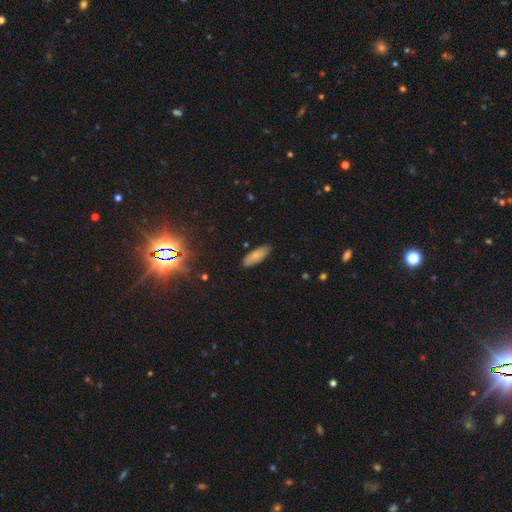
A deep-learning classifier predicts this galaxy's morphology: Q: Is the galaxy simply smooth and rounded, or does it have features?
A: smooth — 78%.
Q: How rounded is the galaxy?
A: in between — 67%.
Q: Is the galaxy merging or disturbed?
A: none — 86%.